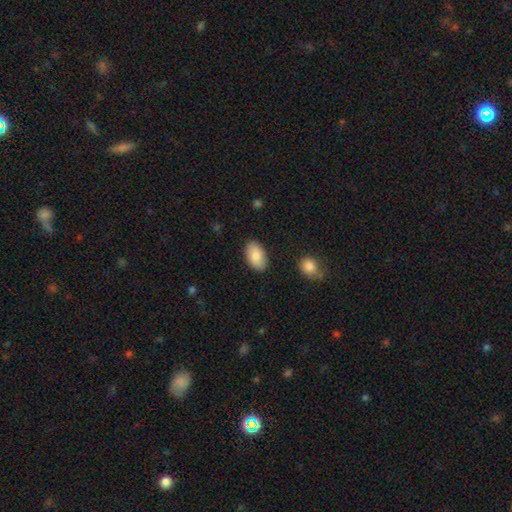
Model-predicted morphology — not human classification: A smooth galaxy with no disk features (87%) that is in between round and cigar-shaped (94%).

Vote fractions:
- Smooth or featured? smooth: 87% / featured or disk: 7% / star or artifact: 6%
- How rounded? in between: 94% / round: 4% / cigar-shaped: 2%
- Merging? none: 86% / minor disturbance: 10% / major disturbance: 2% / merger: 2%